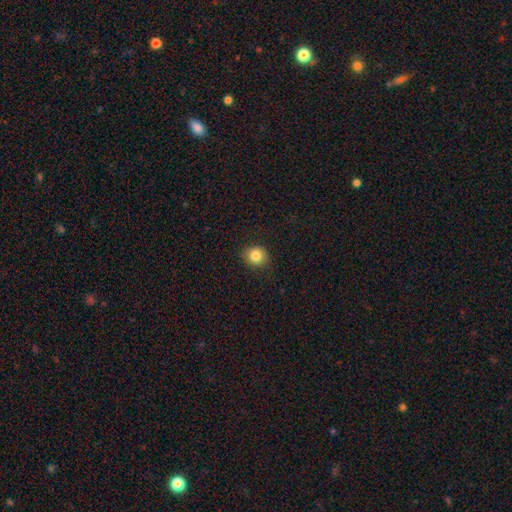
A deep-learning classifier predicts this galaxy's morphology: A smooth galaxy with no disk features (84%) that is round (81%).

Vote fractions:
- Smooth or featured? smooth: 84% / star or artifact: 10% / featured or disk: 6%
- How rounded? round: 81% / in between: 18% / cigar-shaped: 1%
- Merging? none: 86% / minor disturbance: 10% / major disturbance: 3% / merger: 1%